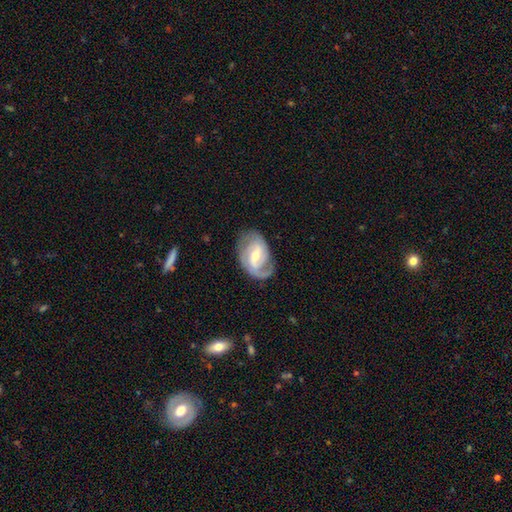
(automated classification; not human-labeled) Smooth or featured?
  - featured or disk: 85% *
  - smooth: 11%
  - star or artifact: 4%
Edge-on disk?
  - no: 97% *
  - yes: 3%
Bar?
  - weak: 53% *
  - strong: 26%
  - no: 21%
Spiral arms?
  - yes: 95% *
  - no: 5%
Spiral winding?
  - medium: 44% *
  - tight: 43%
  - loose: 14%
Spiral arm count?
  - 2: 63% *
  - can't tell: 13%
  - 3: 12%
  - 1: 8%
  - 4: 2%
  - more than 4: 2%
Bulge size?
  - moderate: 59% *
  - small: 36%
  - large: 3%
  - none: 1%
  - dominant: 1%
Merging?
  - none: 71% *
  - minor disturbance: 20%
  - major disturbance: 8%
  - merger: 1%